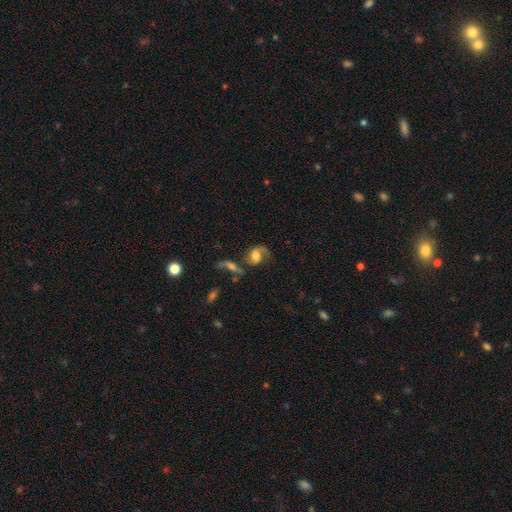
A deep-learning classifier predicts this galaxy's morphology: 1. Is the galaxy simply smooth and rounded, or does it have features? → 67% featured or disk, 24% smooth, 9% star or artifact.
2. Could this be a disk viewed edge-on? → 95% no, 5% yes.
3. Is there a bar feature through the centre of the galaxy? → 50% no, 38% weak, 12% strong.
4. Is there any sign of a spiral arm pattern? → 90% yes, 10% no.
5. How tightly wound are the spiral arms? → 46% loose, 41% medium, 13% tight.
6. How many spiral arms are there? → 77% 2, 16% 1, 5% can't tell, 1% 3, 1% 4, 1% more than 4.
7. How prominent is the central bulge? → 46% moderate, 30% large, 14% small, 7% none, 3% dominant.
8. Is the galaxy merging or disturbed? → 46% none, 20% merger, 17% minor disturbance, 16% major disturbance.